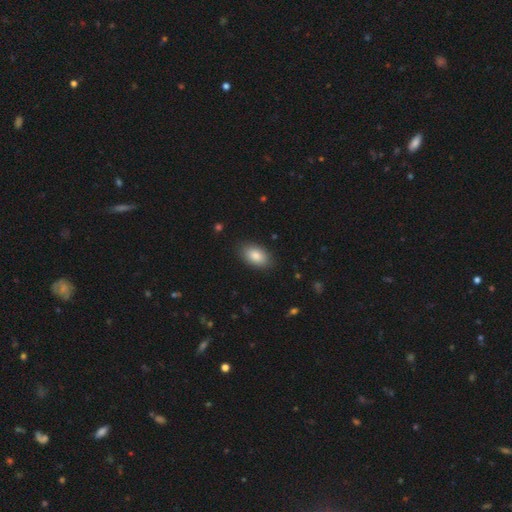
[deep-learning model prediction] This appears to be a smooth galaxy with no disk features (86%) that is in between round and cigar-shaped (92%). Merging: none (87%).